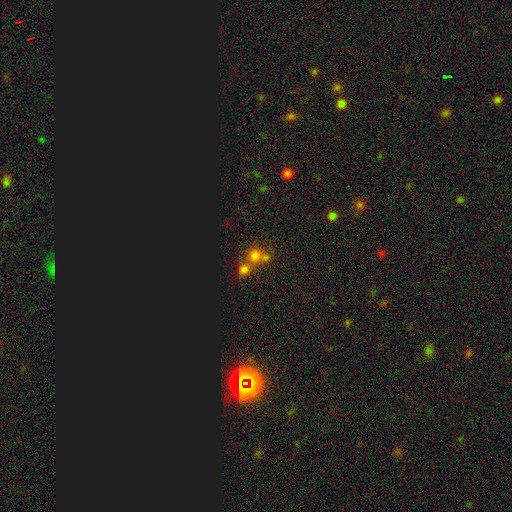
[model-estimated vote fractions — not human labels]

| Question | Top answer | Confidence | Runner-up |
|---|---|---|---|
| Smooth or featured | smooth | 63% | star or artifact (26%) |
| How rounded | round | 85% | in between (14%) |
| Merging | merger | 48% | none (42%) |